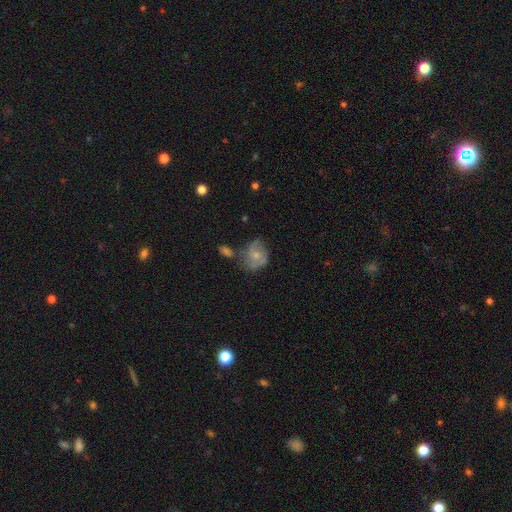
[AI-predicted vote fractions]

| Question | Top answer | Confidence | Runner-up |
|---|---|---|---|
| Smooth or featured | featured or disk | 49% | smooth (44%) |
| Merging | none | 45% | minor disturbance (28%) |